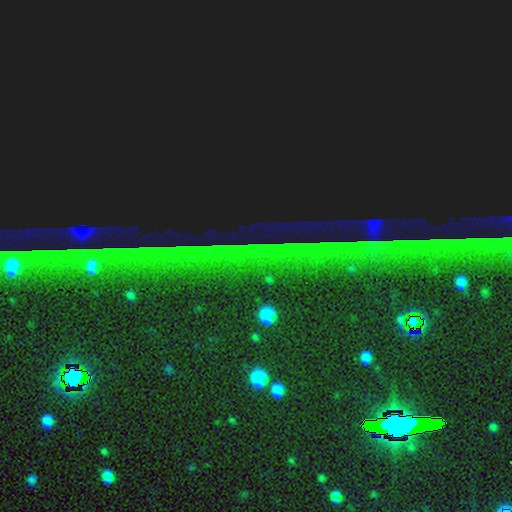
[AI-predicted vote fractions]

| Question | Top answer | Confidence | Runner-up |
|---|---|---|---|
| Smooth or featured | star or artifact | 87% | featured or disk (7%) |